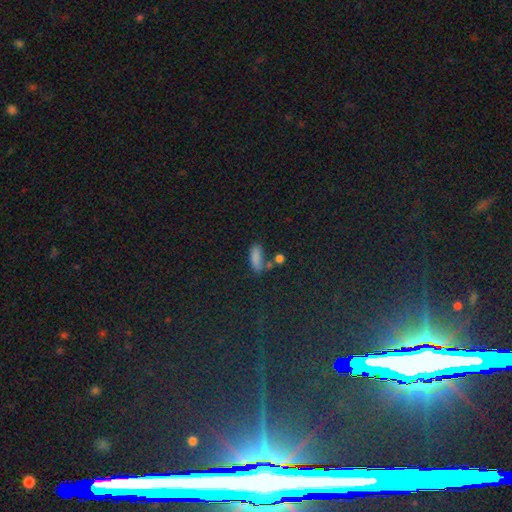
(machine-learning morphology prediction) smooth-or-featured: smooth: 78% | star or artifact: 14% | featured or disk: 8%
  how-rounded: in between: 71% | cigar-shaped: 25% | round: 4%
  merging: none: 54% | minor disturbance: 21% | merger: 17% | major disturbance: 8%